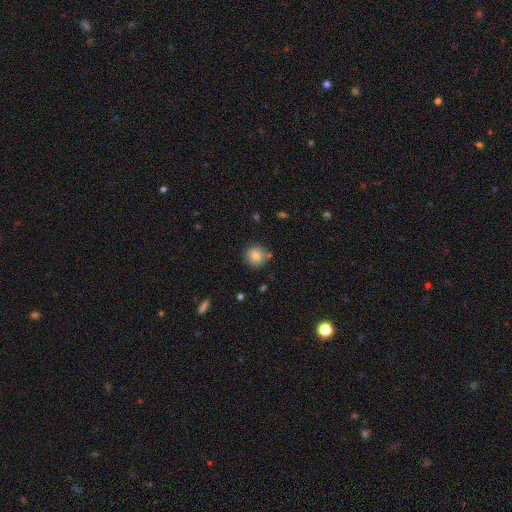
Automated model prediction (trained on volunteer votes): A smooth galaxy with no disk features (81%) that is round (92%).

Vote fractions:
- Smooth or featured? smooth: 81% / featured or disk: 10% / star or artifact: 10%
- How rounded? round: 92% / in between: 7% / cigar-shaped: 1%
- Merging? none: 83% / minor disturbance: 10% / merger: 4% / major disturbance: 2%